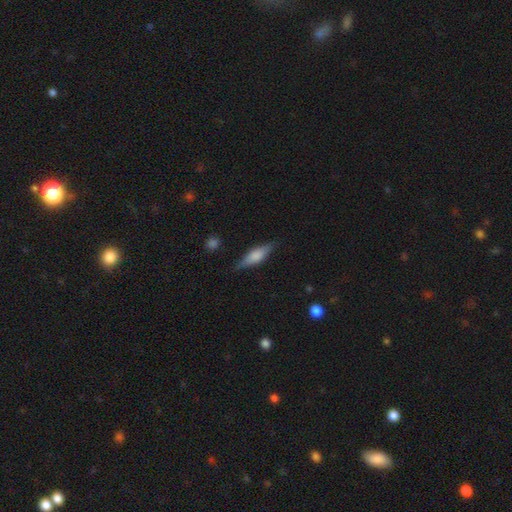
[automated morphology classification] Q: Smooth or featured?
A: smooth (52%); runner-up: featured or disk (41%)
Q: How rounded?
A: cigar-shaped (50%); runner-up: in between (47%)
Q: Merging?
A: none (80%); runner-up: minor disturbance (15%)